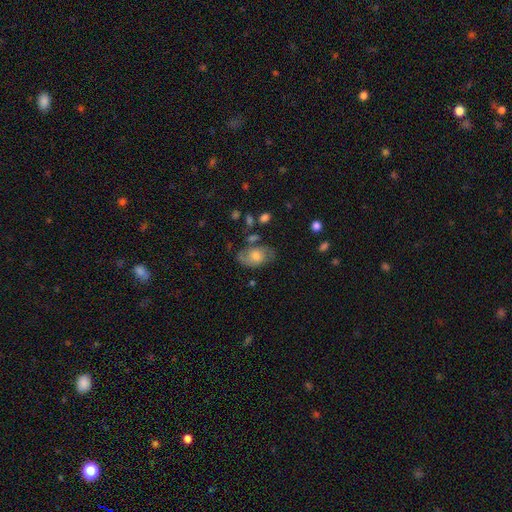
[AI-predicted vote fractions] This is possibly a smooth galaxy (48%). Merging: possibly none (60%).